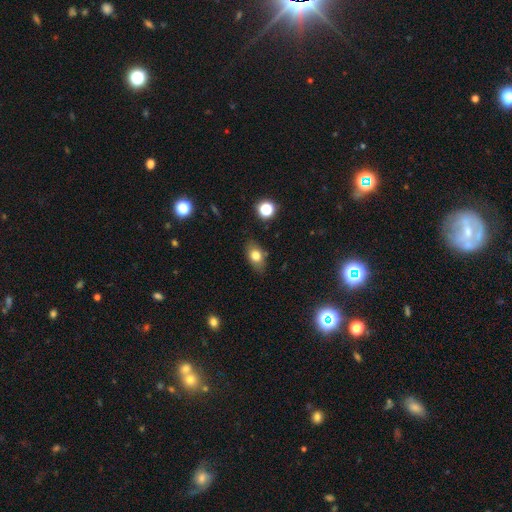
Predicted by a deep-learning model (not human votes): Morphology: type=smooth (76%); roundness=in between (82%); merging=none (81%).